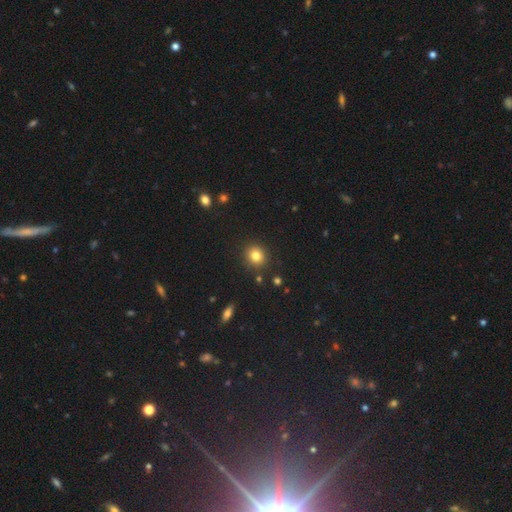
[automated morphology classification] Overall: smooth (82%). How rounded: round (84%). Merging: none (89%).